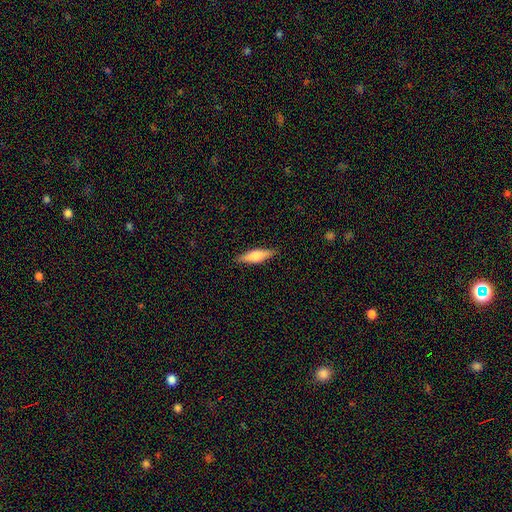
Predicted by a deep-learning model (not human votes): Smooth or featured?
  - smooth: 58% *
  - featured or disk: 36%
  - star or artifact: 6%
How rounded?
  - cigar-shaped: 64% *
  - in between: 34%
  - round: 2%
Merging?
  - none: 89% *
  - minor disturbance: 8%
  - major disturbance: 2%
  - merger: 1%